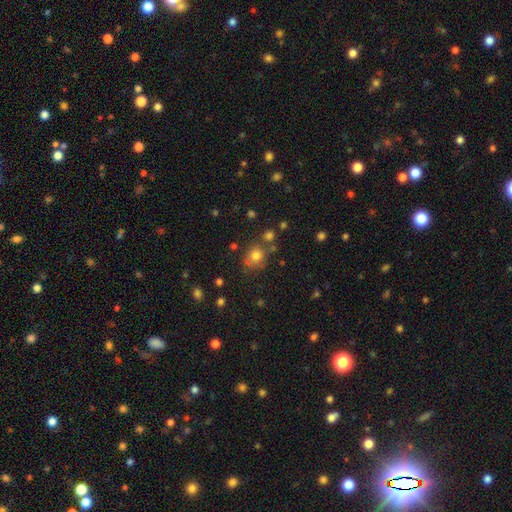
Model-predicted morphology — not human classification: Smooth or featured? Predicted: smooth (p=0.76). How rounded? Predicted: round (p=0.74). Merging? Predicted: none (p=0.65).